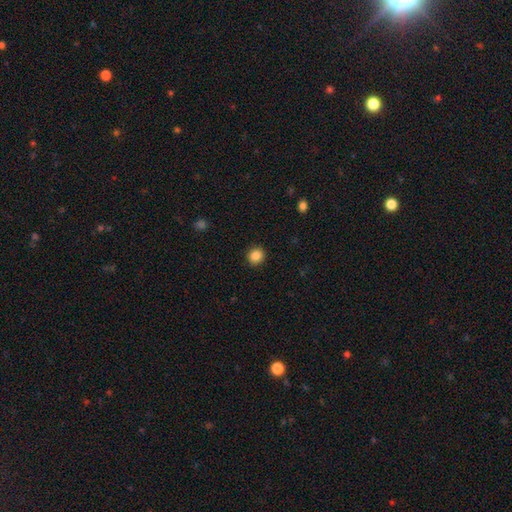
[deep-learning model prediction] The model was most divided on "smooth or featured": smooth: 86%, star or artifact: 10%, featured or disk: 4%. More confident: merging — none (92%); how rounded — round (89%).